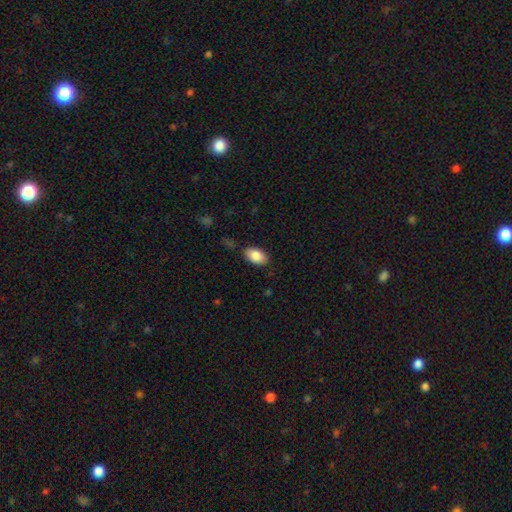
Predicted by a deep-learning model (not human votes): Q: Smooth or featured?
A: smooth (86%); runner-up: star or artifact (7%)
Q: How rounded?
A: in between (91%); runner-up: round (8%)
Q: Merging?
A: none (83%); runner-up: minor disturbance (13%)